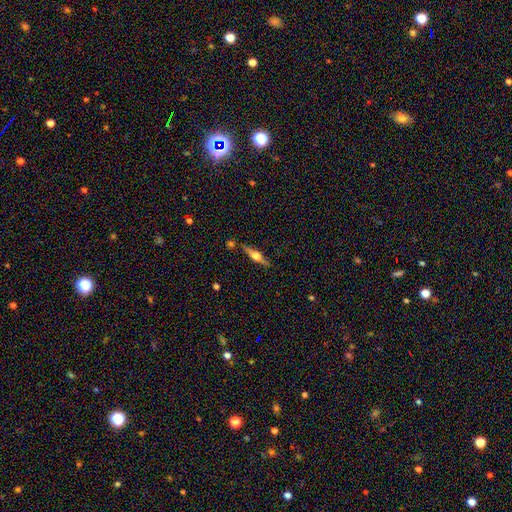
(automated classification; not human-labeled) Smooth or featured? Predicted: featured or disk (p=0.74). Edge-on disk? Predicted: yes (p=0.97). Edge-on bulge? Predicted: rounded (p=0.93). Merging? Predicted: none (p=0.84).